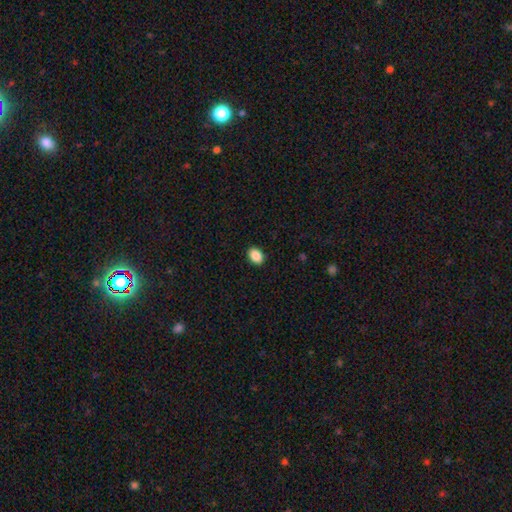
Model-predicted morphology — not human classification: A smooth galaxy with no disk features (89%) that is in between round and cigar-shaped (75%). Merging: none (90%).